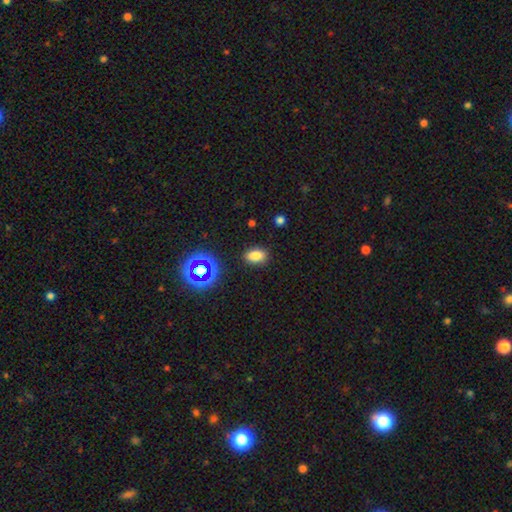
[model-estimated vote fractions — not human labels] This is likely a smooth galaxy (77%). How rounded: clearly in between (84%). Merging: clearly none (86%).